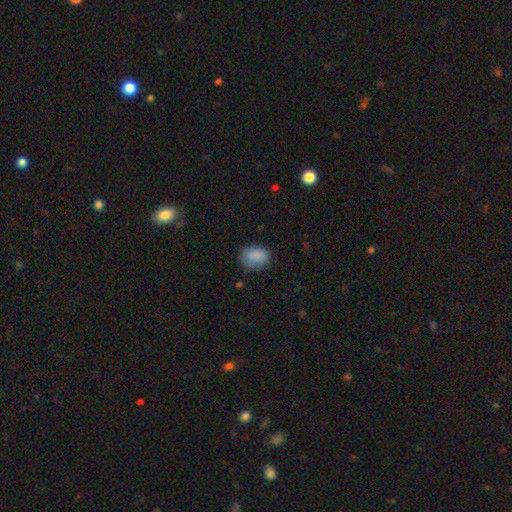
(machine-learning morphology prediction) Smooth or featured? Predicted: smooth (p=0.86). How rounded? Predicted: in between (p=0.67). Merging? Predicted: none (p=0.72).